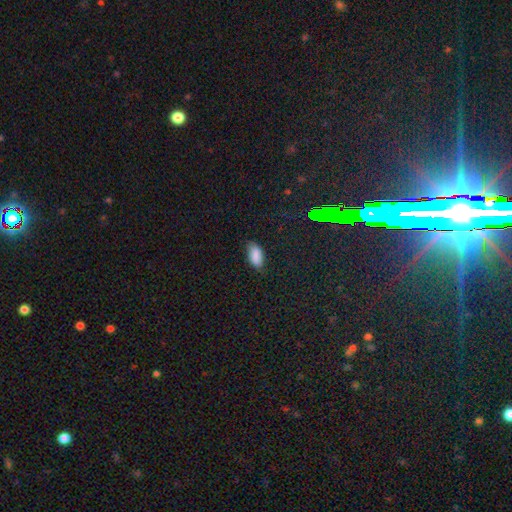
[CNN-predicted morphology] type=smooth (85%); roundness=in between (92%); merging=none (71%).